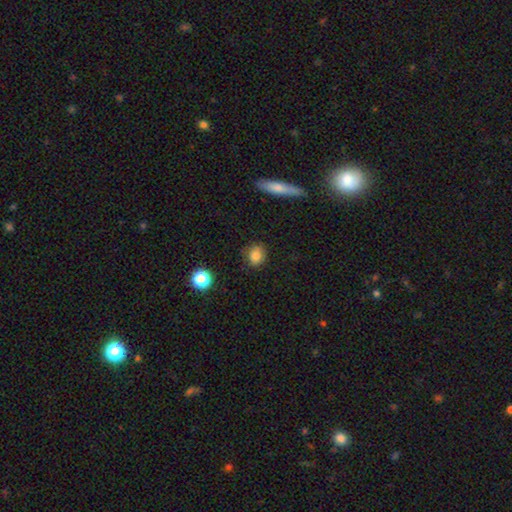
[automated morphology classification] smooth-or-featured: smooth: 82% | star or artifact: 10% | featured or disk: 7%
  how-rounded: round: 65% | in between: 34% | cigar-shaped: 2%
  merging: none: 77% | minor disturbance: 17% | major disturbance: 4% | merger: 2%